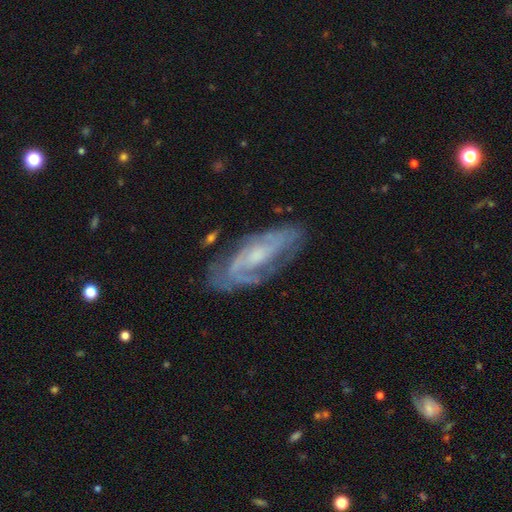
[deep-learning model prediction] Smooth or featured? Predicted: featured or disk (p=0.81). Edge-on disk? Predicted: no (p=0.90). Bar? Predicted: no (p=0.52). Spiral arms? Predicted: yes (p=0.91). Spiral winding? Predicted: tight (p=0.45). Spiral arm count? Predicted: 2 (p=0.55). Bulge size? Predicted: small (p=0.46). Merging? Predicted: none (p=0.70).